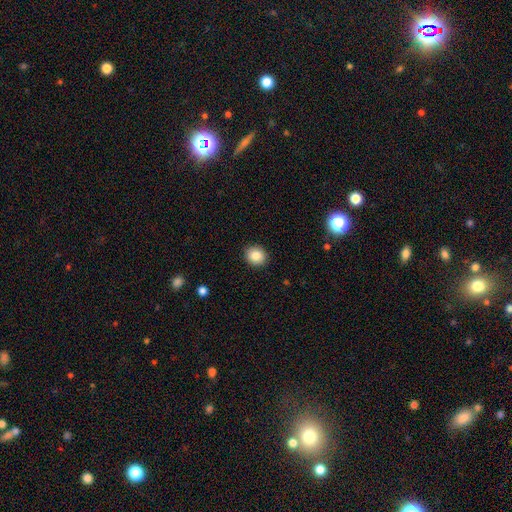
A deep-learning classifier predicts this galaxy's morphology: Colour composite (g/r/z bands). It shows a smooth galaxy with no disk features (85%) that is round (80%). Merging: none (92%).